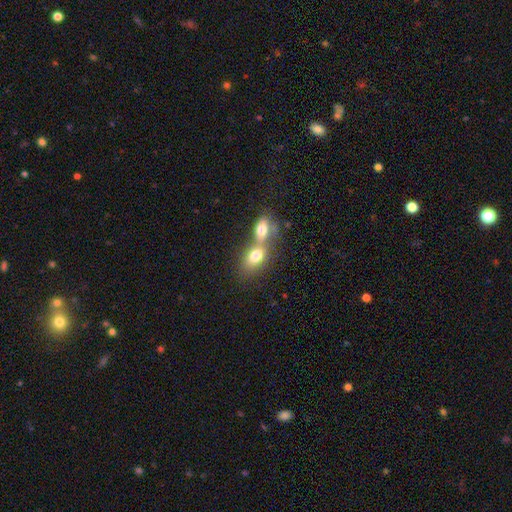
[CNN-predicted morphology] smooth_or_featured: smooth (p=0.76) [alt: featured or disk p=0.15]
how_rounded: in between (p=0.77) [alt: round p=0.21]
merging: merger (p=0.66) [alt: none p=0.24]